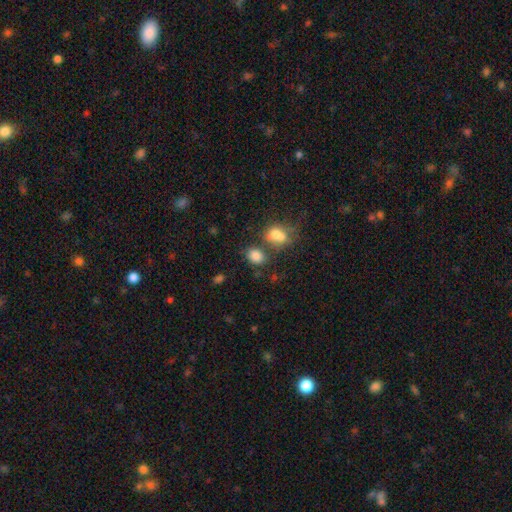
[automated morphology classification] Overall: smooth (82%). How rounded: in between (61%; round 37%). Merging: none (57%; merger 24%).